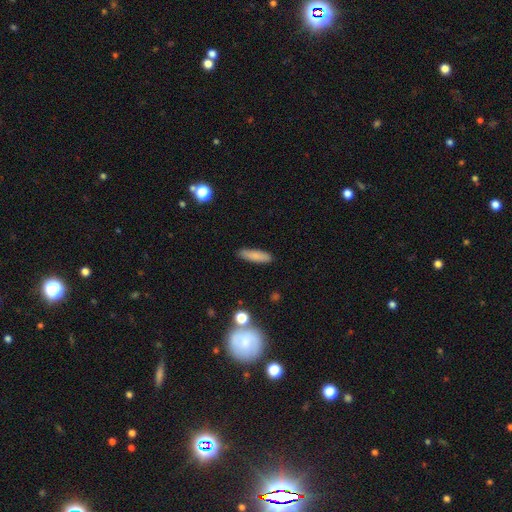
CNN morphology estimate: Smooth or featured? smooth (83%)
How rounded? cigar-shaped (65%)
Merging? none (87%)